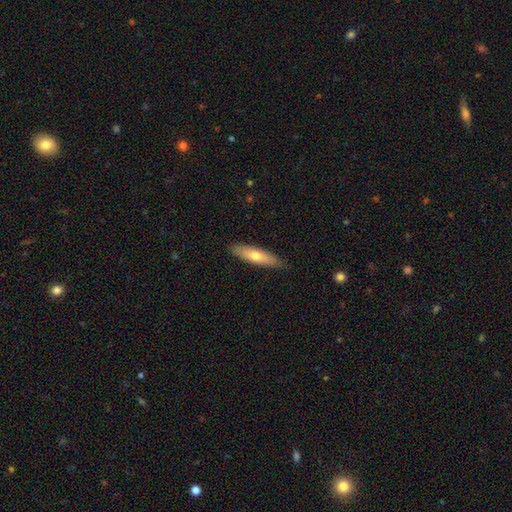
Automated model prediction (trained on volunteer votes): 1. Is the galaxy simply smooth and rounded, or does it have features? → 62% smooth, 32% featured or disk, 6% star or artifact.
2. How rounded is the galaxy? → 70% cigar-shaped, 28% in between, 2% round.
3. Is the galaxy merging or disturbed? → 86% none, 11% minor disturbance, 2% major disturbance, 1% merger.